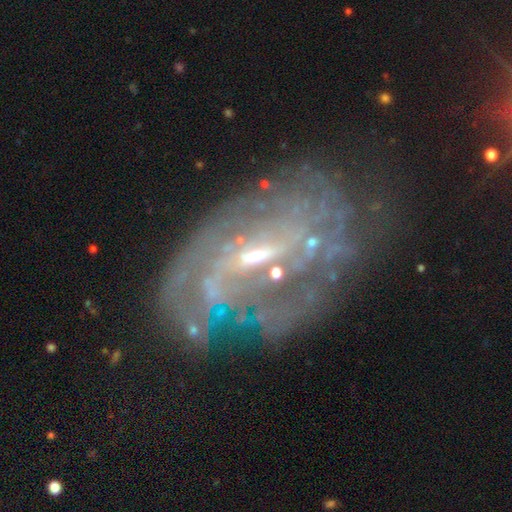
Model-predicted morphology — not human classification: Q: Smooth or featured?
A: featured or disk (83%); runner-up: smooth (9%)
Q: Edge-on disk?
A: no (94%); runner-up: yes (6%)
Q: Bar?
A: weak (48%); runner-up: strong (30%)
Q: Spiral arms?
A: yes (83%); runner-up: no (17%)
Q: Spiral winding?
A: tight (43%); runner-up: medium (35%)
Q: Spiral arm count?
A: can't tell (42%); runner-up: 2 (27%)
Q: Bulge size?
A: small (58%); runner-up: moderate (30%)
Q: Merging?
A: none (55%); runner-up: minor disturbance (23%)